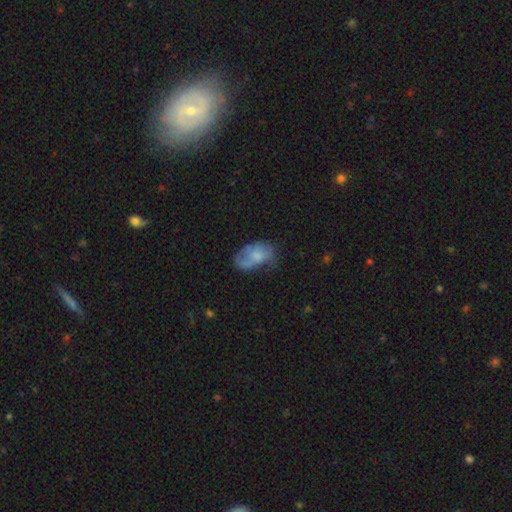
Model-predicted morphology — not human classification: smooth 53%, featured or disk 38%, star or artifact 9%. Down the decision tree: how rounded — in between (89%); merging — none (37%).